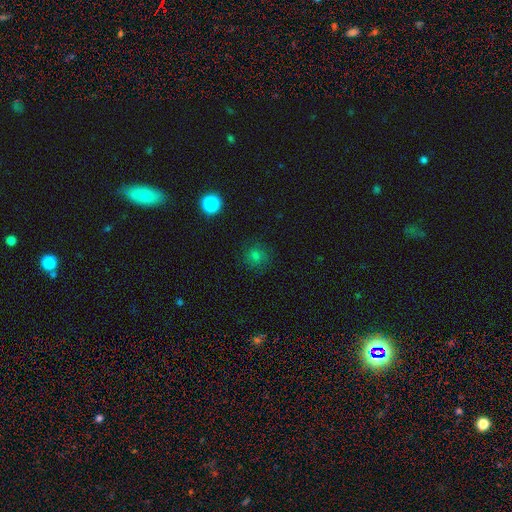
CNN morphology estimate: Smooth or featured?
  - smooth: 68% *
  - star or artifact: 23%
  - featured or disk: 8%
How rounded?
  - round: 91% *
  - in between: 8%
  - cigar-shaped: 1%
Merging?
  - none: 85% *
  - minor disturbance: 10%
  - major disturbance: 4%
  - merger: 1%